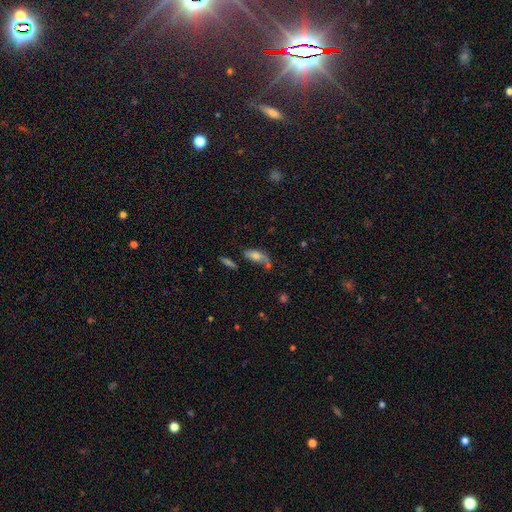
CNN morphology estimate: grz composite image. It shows a smooth galaxy with no disk features (68%) that is in between round and cigar-shaped (78%). Merging: none (45%).